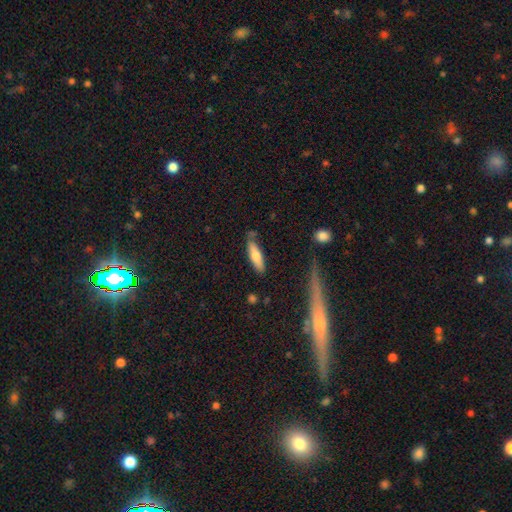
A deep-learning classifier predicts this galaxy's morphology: Smooth or featured? smooth (69%)
How rounded? cigar-shaped (65%)
Merging? none (75%)